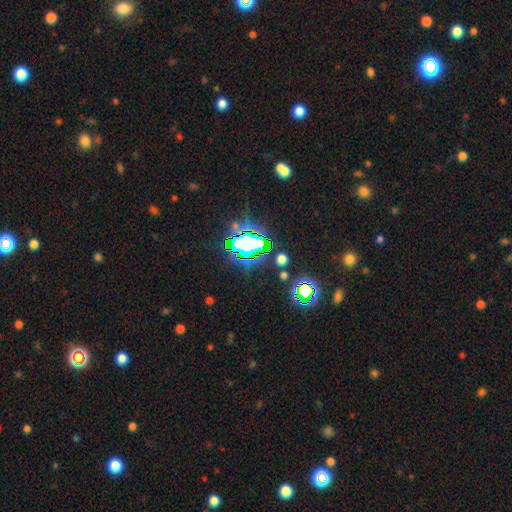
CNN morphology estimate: Smooth or featured: star or artifact — 64% (smooth — 22%)